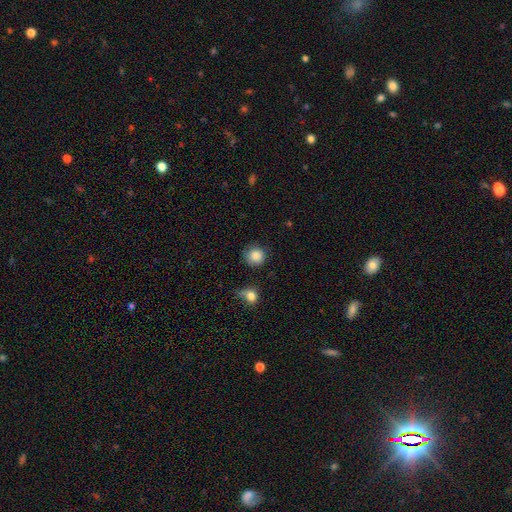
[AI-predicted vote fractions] Morphology: type=smooth (86%); roundness=round (90%); merging=none (72%).